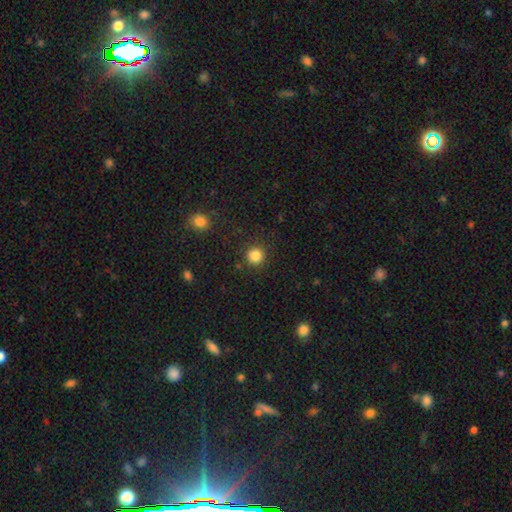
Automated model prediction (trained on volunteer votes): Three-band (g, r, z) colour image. It shows a smooth galaxy with no disk features (85%) that is round (93%). Merging: none (88%).